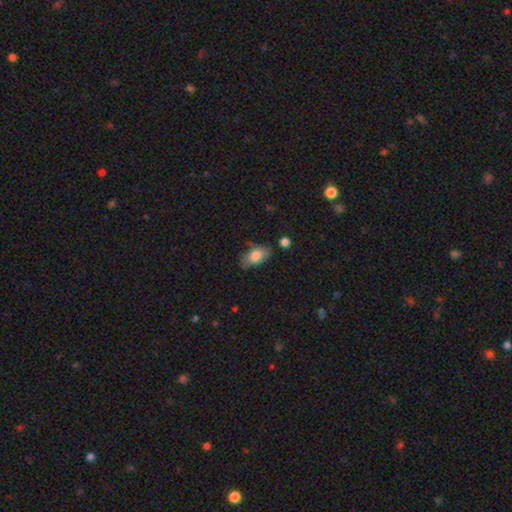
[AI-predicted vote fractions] smooth_or_featured: smooth (p=0.77) [alt: featured or disk p=0.16]
how_rounded: in between (p=0.91) [alt: round p=0.05]
merging: none (p=0.66) [alt: minor disturbance p=0.24]